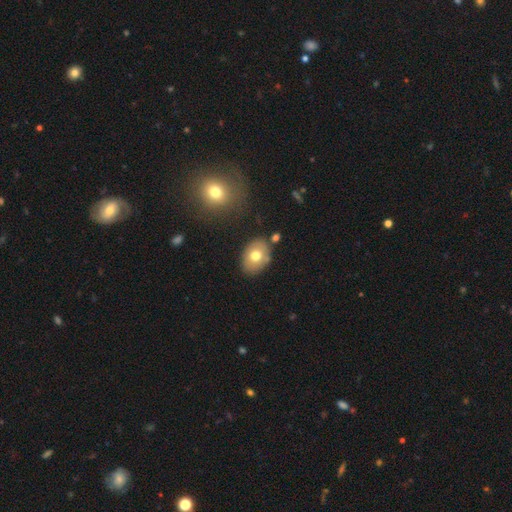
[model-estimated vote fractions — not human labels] Overall: smooth (68%). How rounded: in between (73%). Merging: none (78%).